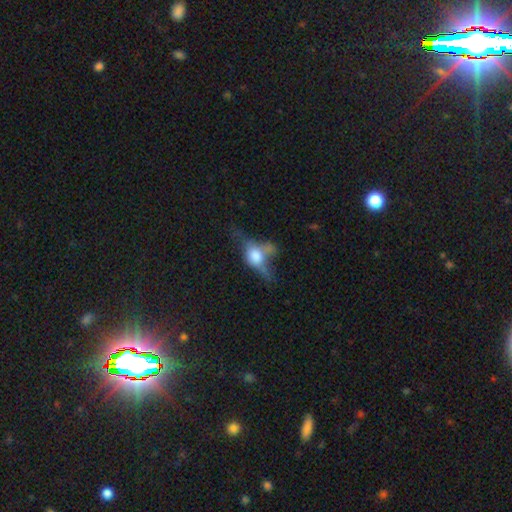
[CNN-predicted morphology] Smooth or featured?
  - smooth: 50% *
  - featured or disk: 39%
  - star or artifact: 11%
How rounded?
  - in between: 66% *
  - round: 25%
  - cigar-shaped: 9%
Merging?
  - major disturbance: 39% *
  - none: 25%
  - minor disturbance: 21%
  - merger: 16%